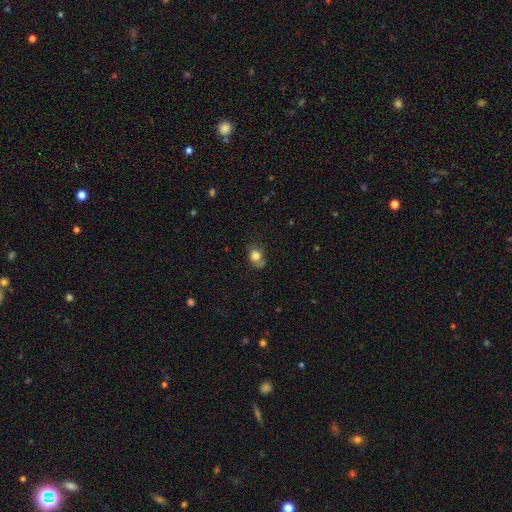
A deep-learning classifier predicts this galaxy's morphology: This appears to be a smooth galaxy with no disk features (79%) that is round (60%). Merging: none (49%).